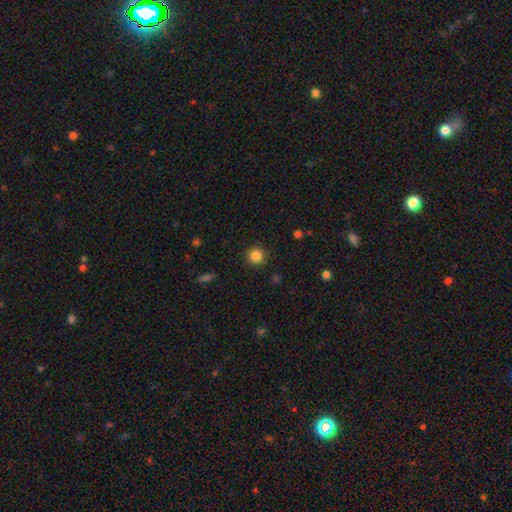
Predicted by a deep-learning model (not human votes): Smooth or featured? smooth (84%)
How rounded? round (94%)
Merging? none (91%)